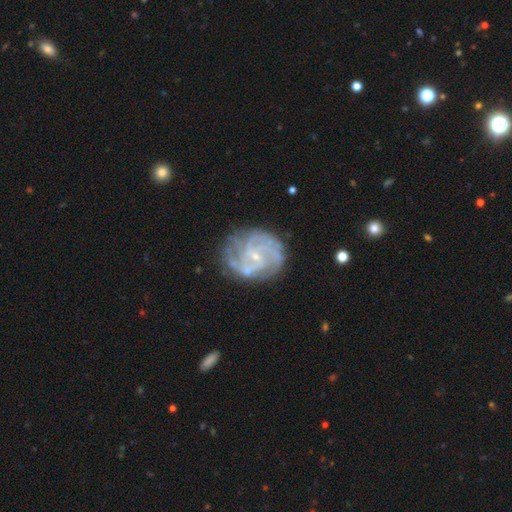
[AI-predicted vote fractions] Smooth or featured? Predicted: featured or disk (p=0.86). Edge-on disk? Predicted: no (p=0.98). Bar? Predicted: no (p=0.60). Spiral arms? Predicted: yes (p=0.95). Spiral winding? Predicted: tight (p=0.59). Spiral arm count? Predicted: can't tell (p=0.26). Bulge size? Predicted: small (p=0.83). Merging? Predicted: none (p=0.72).